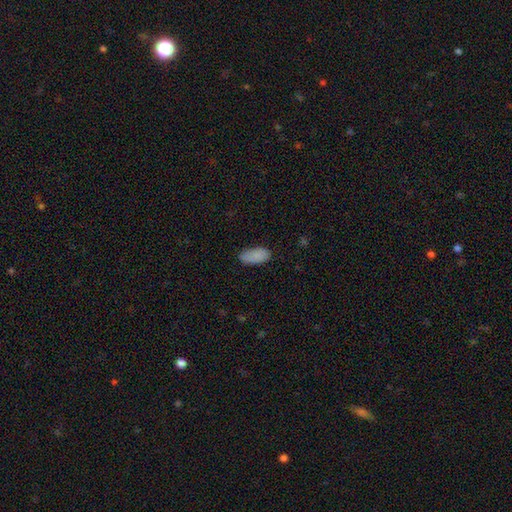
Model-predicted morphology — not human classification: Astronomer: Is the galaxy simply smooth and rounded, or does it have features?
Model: smooth — 87%.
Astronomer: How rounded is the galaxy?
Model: in between — 91%.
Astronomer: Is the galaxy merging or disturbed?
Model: none — 77%.